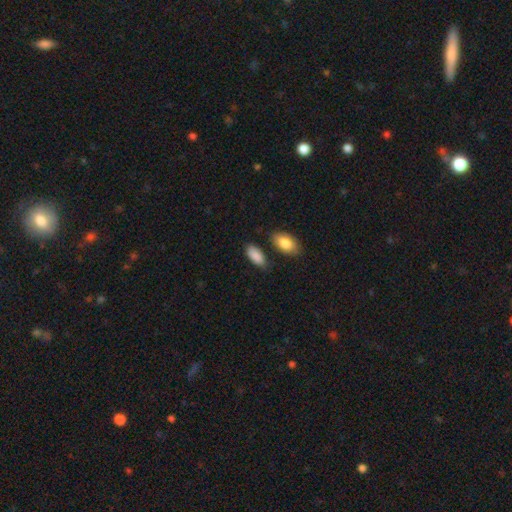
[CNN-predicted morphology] Smooth or featured: smooth — 89% (star or artifact — 6%)
How rounded: in between — 92% (cigar-shaped — 6%)
Merging: none — 75% (minor disturbance — 15%)